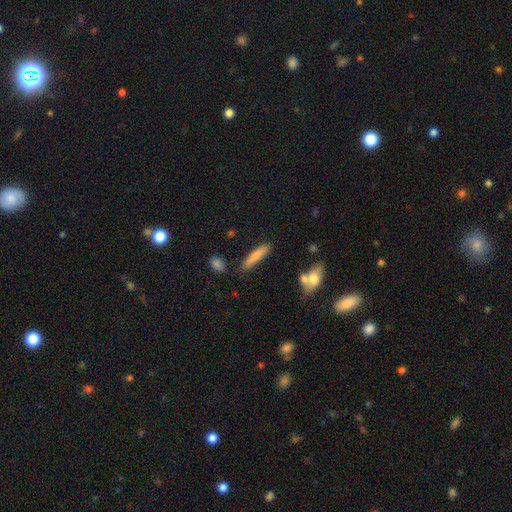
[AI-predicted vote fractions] This is likely a smooth galaxy (78%). How rounded: clearly cigar-shaped (86%). Merging: likely none (79%).